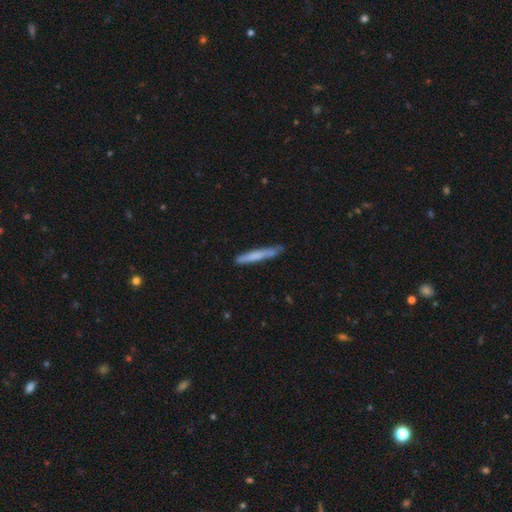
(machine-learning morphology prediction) This is likely a smooth galaxy (66%). How rounded: clearly cigar-shaped (96%). Merging: clearly none (80%).